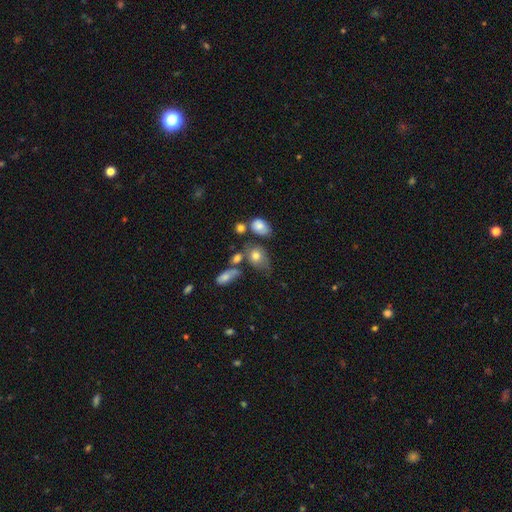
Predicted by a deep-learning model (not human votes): A smooth galaxy with no disk features (71%) that is in between round and cigar-shaped (68%).

Vote fractions:
- Smooth or featured? smooth: 71% / featured or disk: 18% / star or artifact: 11%
- How rounded? in between: 68% / round: 30% / cigar-shaped: 2%
- Merging? none: 39% / minor disturbance: 25% / merger: 21% / major disturbance: 15%